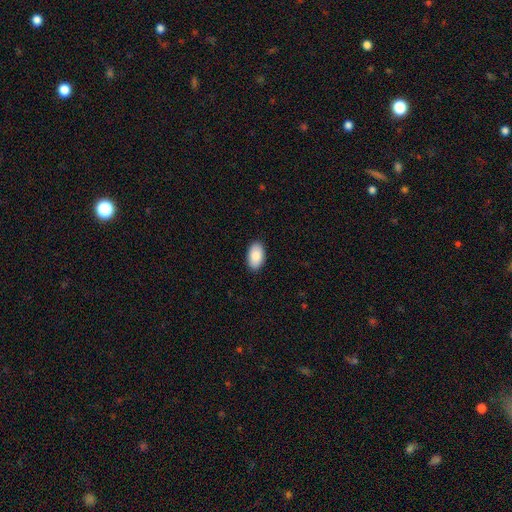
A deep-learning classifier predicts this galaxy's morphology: Overall: smooth (88%). How rounded: in between (95%). Merging: none (90%).